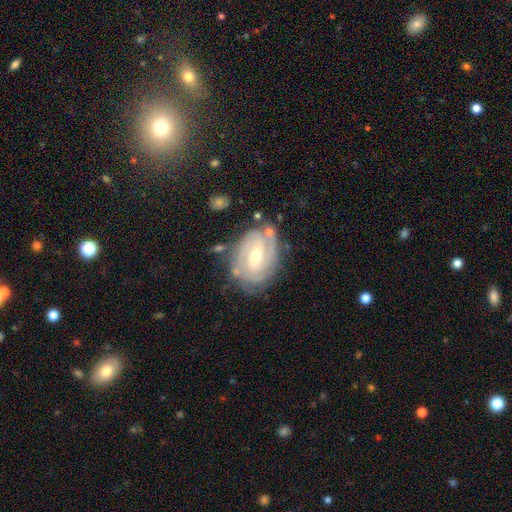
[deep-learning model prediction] This is clearly a featured or disk galaxy (87%). It is clearly not viewed edge-on (97%). Bar: possibly weak (49%). Spiral arm pattern: clearly yes (96%). Spiral arm count: marginally 2 (40%). Spiral winding: likely tight (70%). Central bulge: possibly moderate (49%). Merging: likely none (73%).